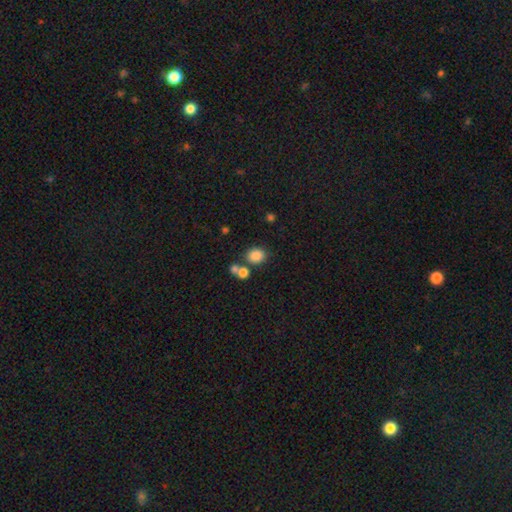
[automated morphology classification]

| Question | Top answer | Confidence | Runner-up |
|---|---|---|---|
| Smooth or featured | smooth | 84% | star or artifact (11%) |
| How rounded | round | 63% | in between (36%) |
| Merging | none | 68% | merger (17%) |